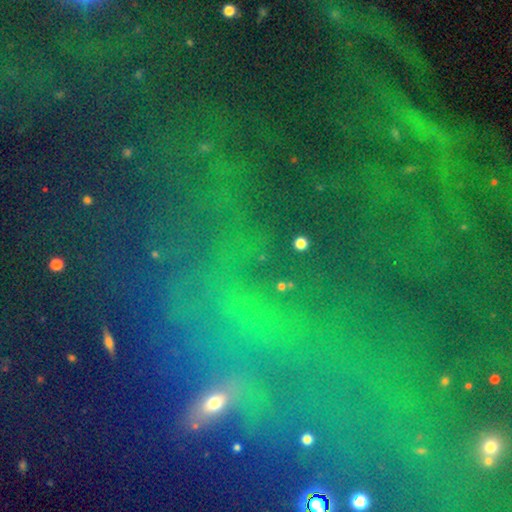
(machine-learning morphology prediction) Smooth or featured: star or artifact — 73% (smooth — 14%)